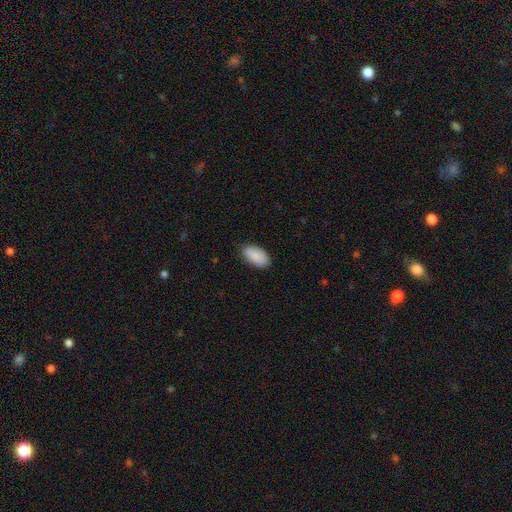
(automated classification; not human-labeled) A smooth galaxy with no disk features (88%) that is in between round and cigar-shaped (95%). Merging: none (84%).